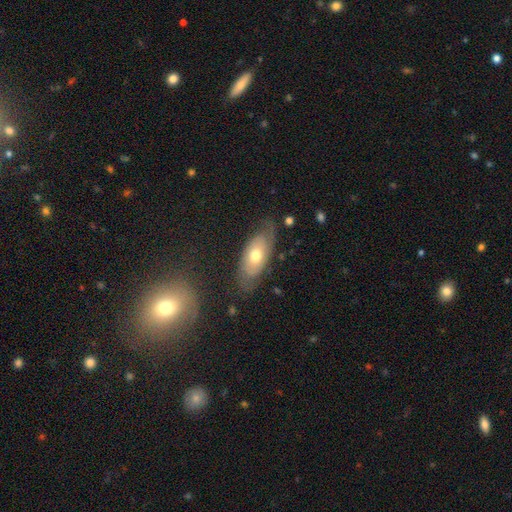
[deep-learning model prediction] The model was most divided on "smooth or featured": featured or disk: 53%, smooth: 39%, star or artifact: 7%. More confident: edge-on disk — no (86%); merging — none (69%).